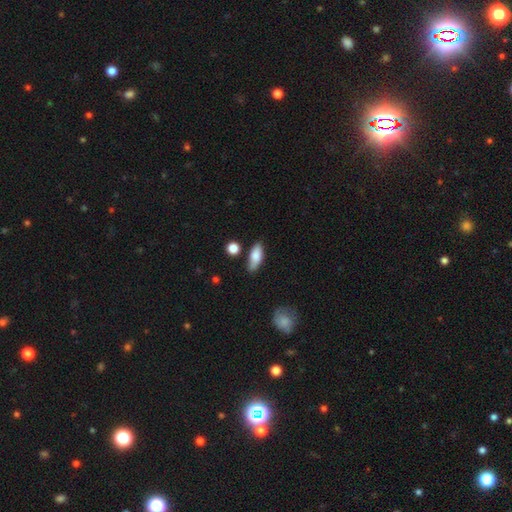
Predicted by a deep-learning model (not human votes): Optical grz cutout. It shows a smooth galaxy with no disk features (80%) that is in between round and cigar-shaped (76%). Merging: none (68%).